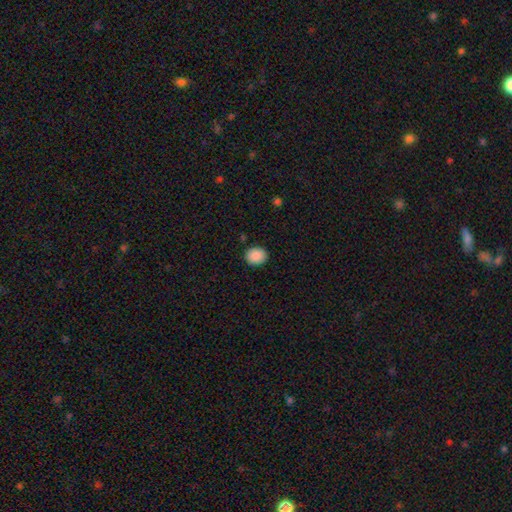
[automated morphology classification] Smooth or featured?
  - smooth: 89% *
  - star or artifact: 8%
  - featured or disk: 3%
How rounded?
  - round: 64% *
  - in between: 35%
  - cigar-shaped: 1%
Merging?
  - none: 89% *
  - minor disturbance: 7%
  - major disturbance: 2%
  - merger: 1%